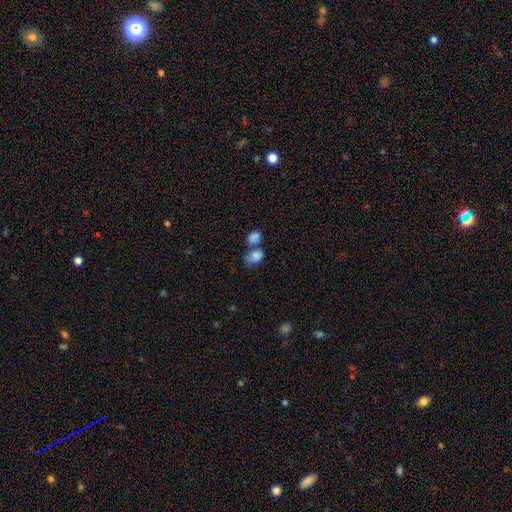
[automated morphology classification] Smooth or featured?
  - smooth: 81% *
  - featured or disk: 10%
  - star or artifact: 9%
How rounded?
  - in between: 65% *
  - round: 34%
  - cigar-shaped: 1%
Merging?
  - merger: 47% *
  - none: 29%
  - minor disturbance: 15%
  - major disturbance: 9%